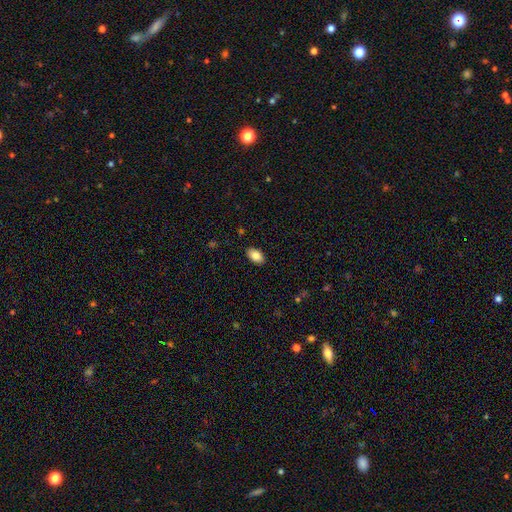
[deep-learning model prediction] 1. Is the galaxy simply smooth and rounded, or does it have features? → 83% smooth, 9% featured or disk, 7% star or artifact.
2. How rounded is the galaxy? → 92% in between, 6% round, 1% cigar-shaped.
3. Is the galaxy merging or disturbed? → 89% none, 9% minor disturbance, 2% major disturbance, 1% merger.